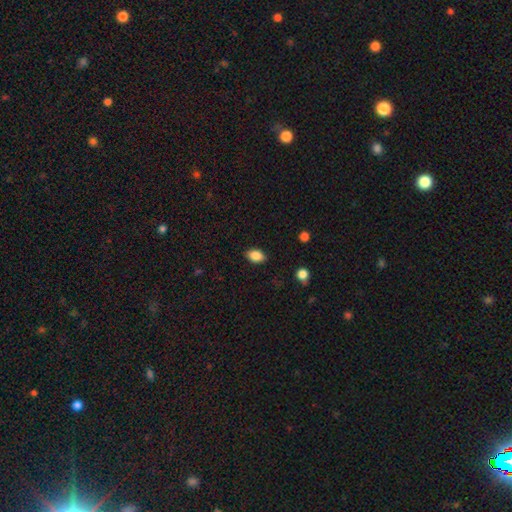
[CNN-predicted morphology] The model was most divided on "how rounded": in between: 85%, round: 13%, cigar-shaped: 2%. More confident: smooth or featured — smooth (87%); merging — none (86%).